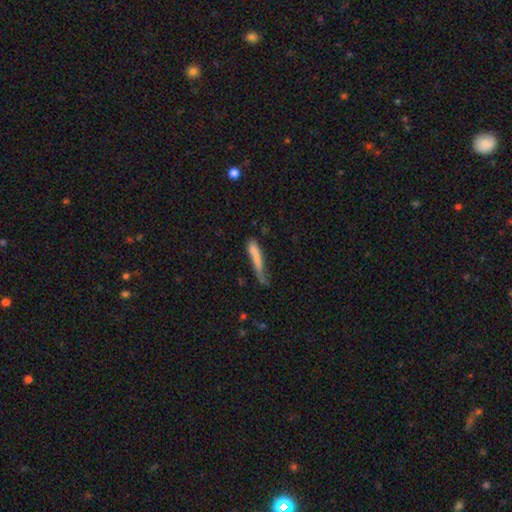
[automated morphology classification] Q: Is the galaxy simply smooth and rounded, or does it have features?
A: smooth — 74%.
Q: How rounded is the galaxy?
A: cigar-shaped — 91%.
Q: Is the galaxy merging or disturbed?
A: none — 40%.